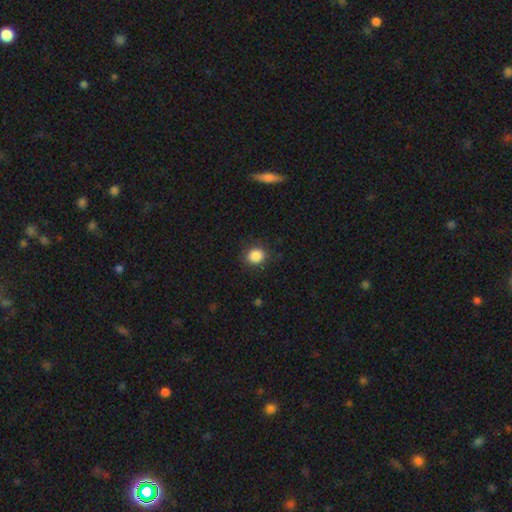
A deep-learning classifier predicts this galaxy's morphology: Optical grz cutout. It shows a smooth galaxy with no disk features (87%) that is round (75%). Merging: none (85%).